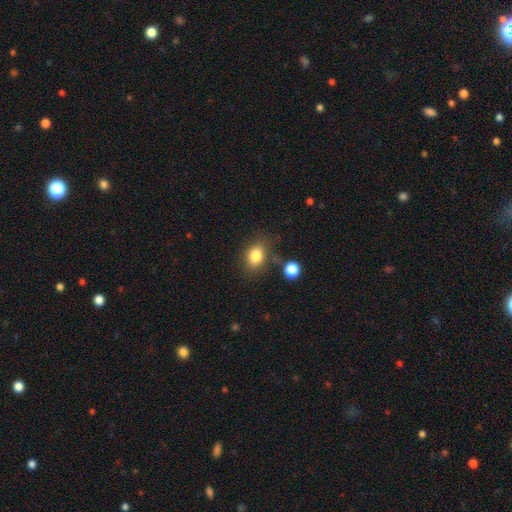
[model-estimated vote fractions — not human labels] Smooth or featured? smooth (83%)
How rounded? in between (67%)
Merging? none (73%)